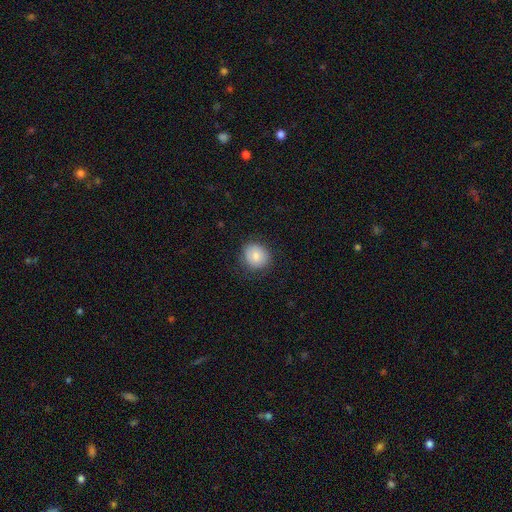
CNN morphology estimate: Smooth or featured? Predicted: smooth (p=0.81). How rounded? Predicted: round (p=0.80). Merging? Predicted: none (p=0.83).